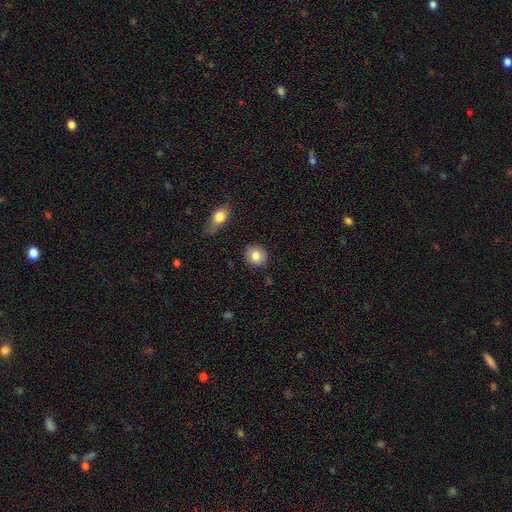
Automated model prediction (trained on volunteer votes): This is clearly a smooth galaxy (82%). How rounded: clearly round (83%). Merging: clearly none (87%).